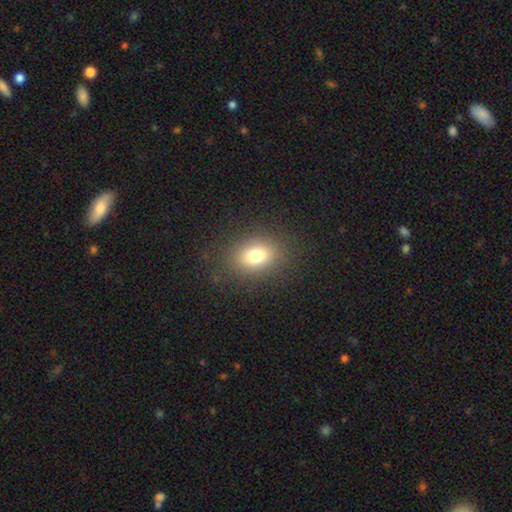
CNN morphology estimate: smooth_or_featured: smooth (p=0.76) [alt: star or artifact p=0.13]
how_rounded: in between (p=0.62) [alt: round p=0.37]
merging: none (p=0.85) [alt: minor disturbance p=0.09]